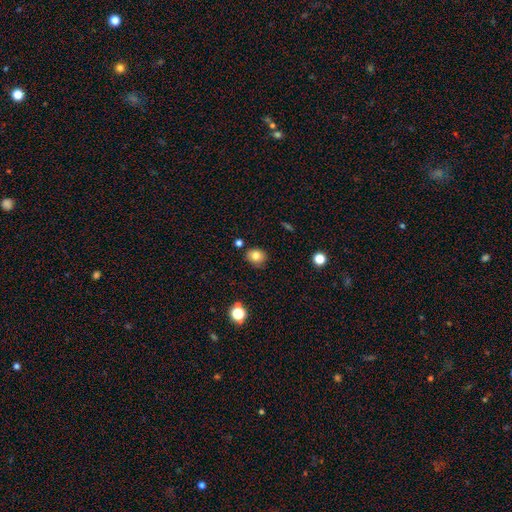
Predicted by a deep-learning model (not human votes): A smooth galaxy with no disk features (80%) that is round (69%). Merging: none (82%).